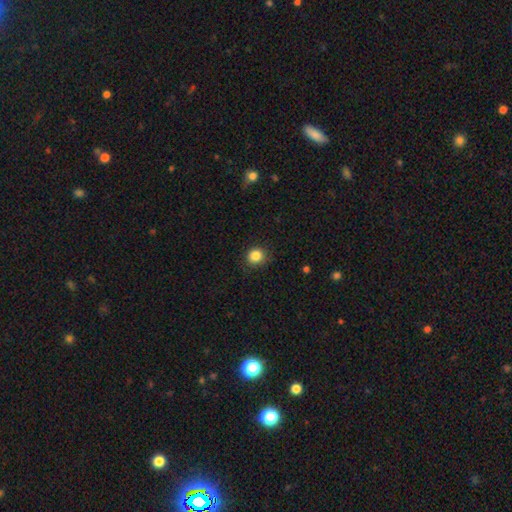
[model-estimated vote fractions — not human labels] Q: Smooth or featured?
A: smooth (85%); runner-up: star or artifact (11%)
Q: How rounded?
A: round (87%); runner-up: in between (12%)
Q: Merging?
A: none (85%); runner-up: minor disturbance (11%)